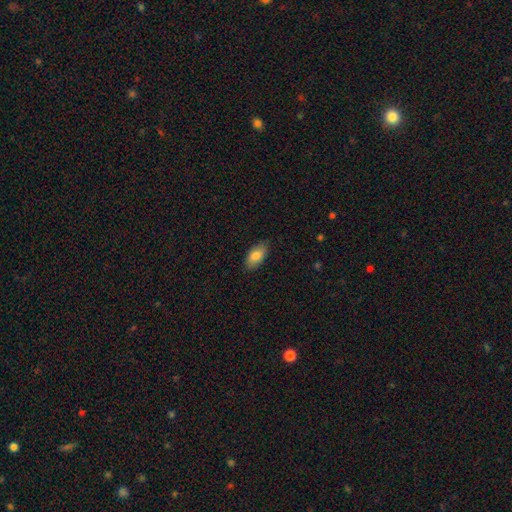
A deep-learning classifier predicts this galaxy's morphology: Q: Smooth or featured?
A: smooth (83%); runner-up: featured or disk (11%)
Q: How rounded?
A: in between (92%); runner-up: cigar-shaped (5%)
Q: Merging?
A: none (83%); runner-up: minor disturbance (13%)